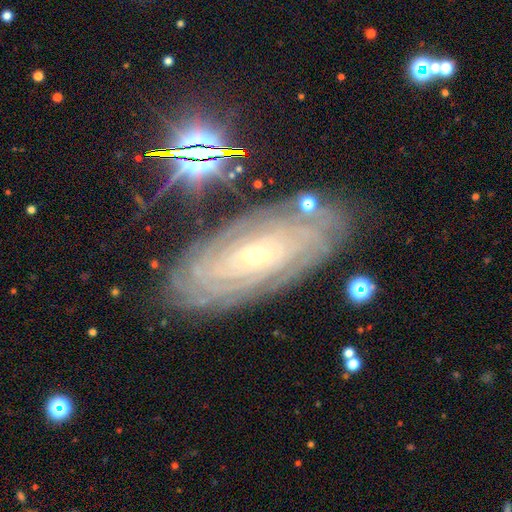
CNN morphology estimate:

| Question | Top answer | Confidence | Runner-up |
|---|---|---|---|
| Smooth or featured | featured or disk | 82% | star or artifact (9%) |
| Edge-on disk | no | 89% | yes (11%) |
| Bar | no | 61% | weak (28%) |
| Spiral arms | yes | 93% | no (7%) |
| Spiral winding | tight | 86% | medium (12%) |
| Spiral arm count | can't tell | 50% | more than 4 (17%) |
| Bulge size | small | 72% | moderate (25%) |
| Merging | none | 83% | minor disturbance (12%) |